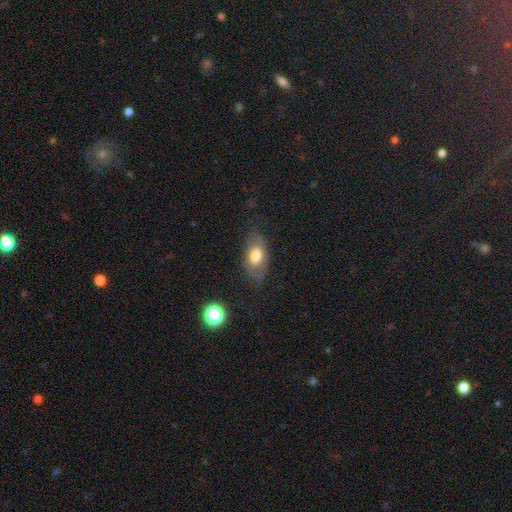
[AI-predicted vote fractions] Smooth or featured: smooth — 58% (featured or disk — 34%)
How rounded: in between — 88% (round — 8%)
Merging: none — 68% (minor disturbance — 21%)